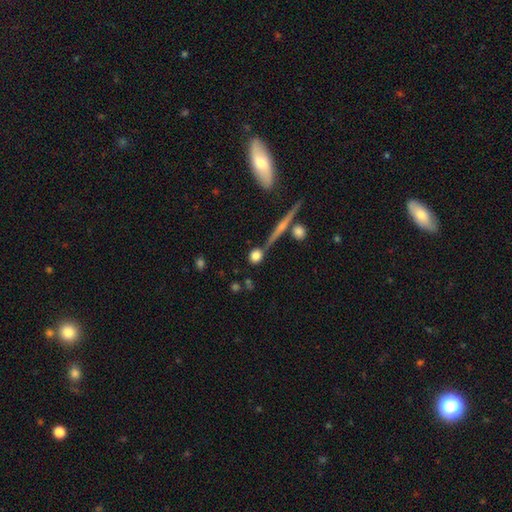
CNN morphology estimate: Smooth or featured: smooth — 76% (featured or disk — 14%)
How rounded: round — 81% (in between — 12%)
Merging: none — 68% (merger — 15%)